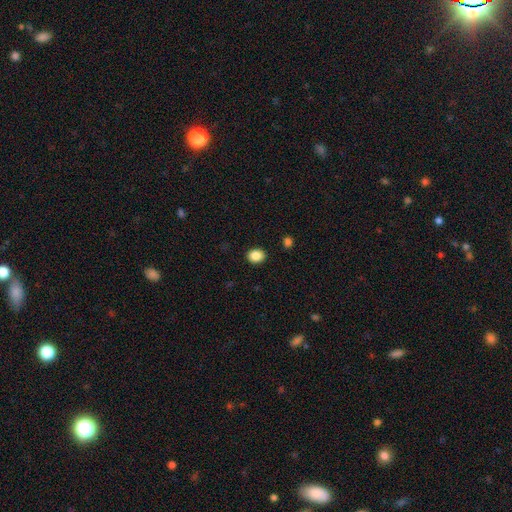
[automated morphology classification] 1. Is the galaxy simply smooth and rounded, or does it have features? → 87% smooth, 9% star or artifact, 4% featured or disk.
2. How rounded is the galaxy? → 56% round, 43% in between, 1% cigar-shaped.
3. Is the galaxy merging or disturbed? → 90% none, 7% minor disturbance, 2% major disturbance, 1% merger.